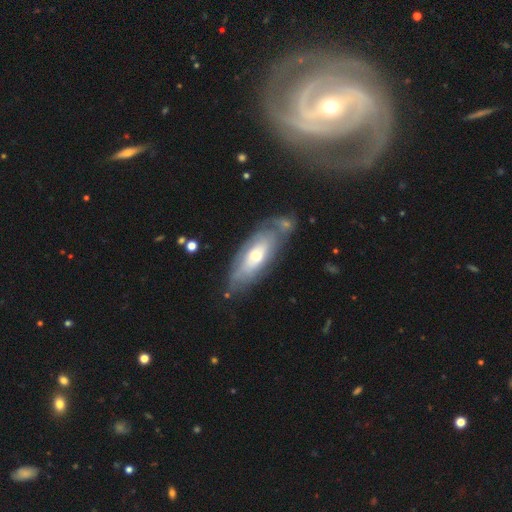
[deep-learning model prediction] A featured or disk galaxy (62%). Merging: none (59%).